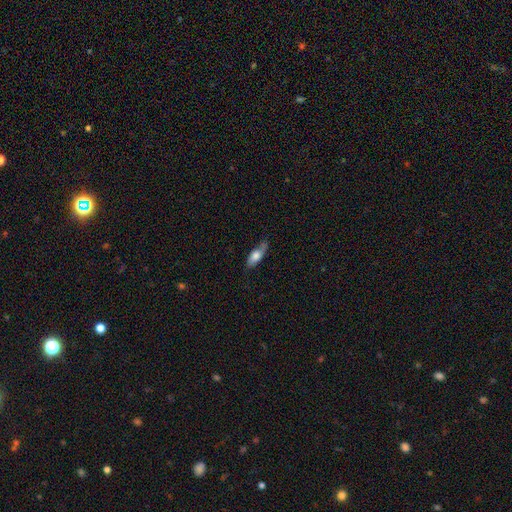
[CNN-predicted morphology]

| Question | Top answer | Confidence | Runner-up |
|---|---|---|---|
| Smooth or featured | smooth | 68% | featured or disk (25%) |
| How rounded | in between | 71% | cigar-shaped (26%) |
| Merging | none | 62% | minor disturbance (29%) |